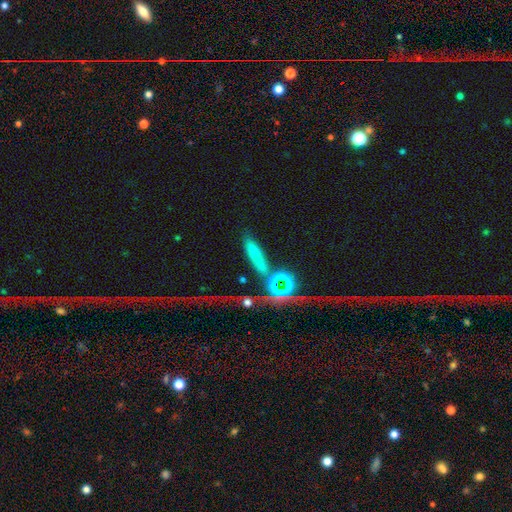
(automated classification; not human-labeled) Smooth or featured: smooth — 55% (star or artifact — 29%)
How rounded: cigar-shaped — 66% (in between — 26%)
Merging: none — 66% (minor disturbance — 15%)